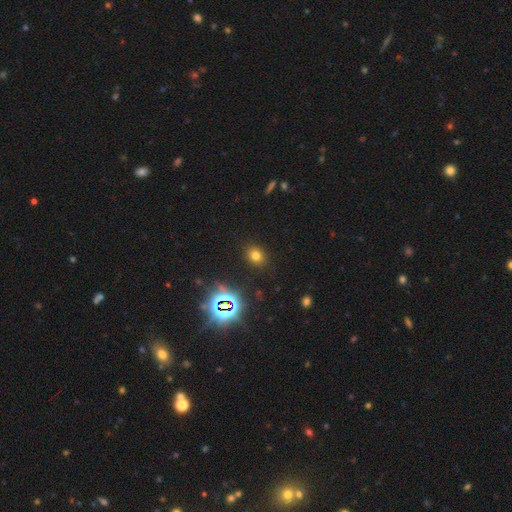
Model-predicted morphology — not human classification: smooth 68%, star or artifact 24%, featured or disk 8%. Down the decision tree: how rounded — round (61%); merging — none (88%).